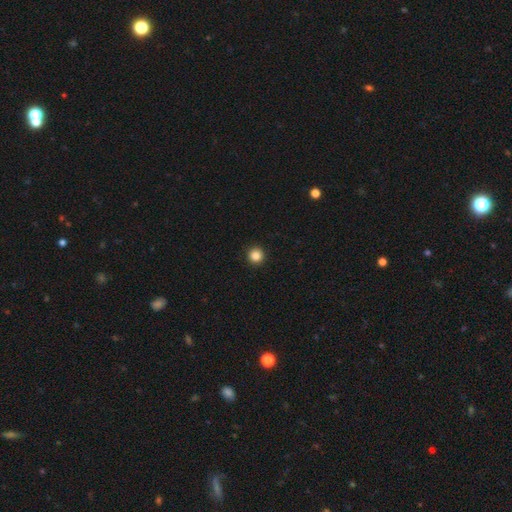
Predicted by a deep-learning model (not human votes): Overall: smooth (85%). How rounded: round (96%). Merging: none (94%).